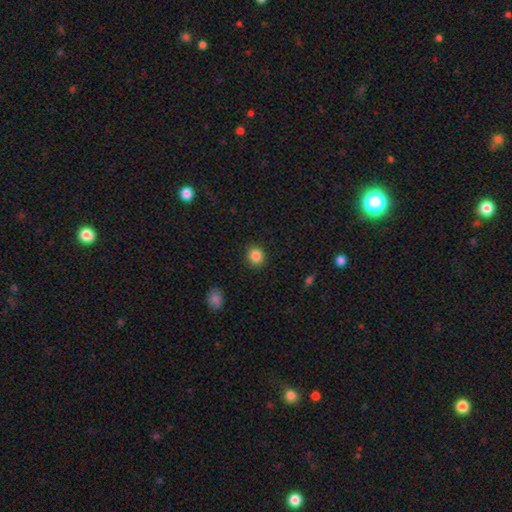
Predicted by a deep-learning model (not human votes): smooth-or-featured: smooth: 86% | star or artifact: 10% | featured or disk: 4%
  how-rounded: round: 82% | in between: 17% | cigar-shaped: 1%
  merging: none: 91% | minor disturbance: 6% | major disturbance: 2% | merger: 1%